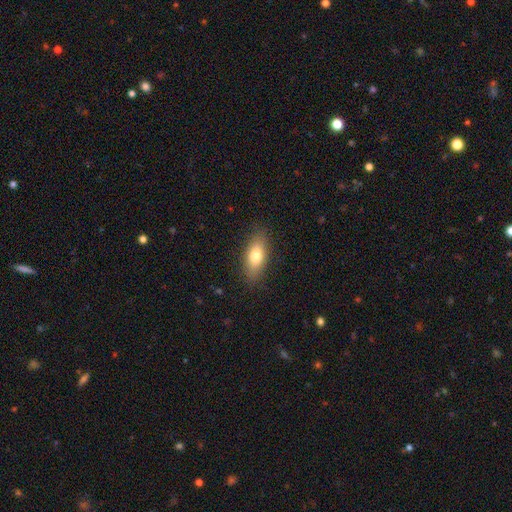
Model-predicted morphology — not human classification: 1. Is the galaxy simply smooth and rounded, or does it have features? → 76% smooth, 17% featured or disk, 7% star or artifact.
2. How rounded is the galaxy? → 80% in between, 16% cigar-shaped, 4% round.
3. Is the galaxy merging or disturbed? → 85% none, 11% minor disturbance, 3% major disturbance, 1% merger.